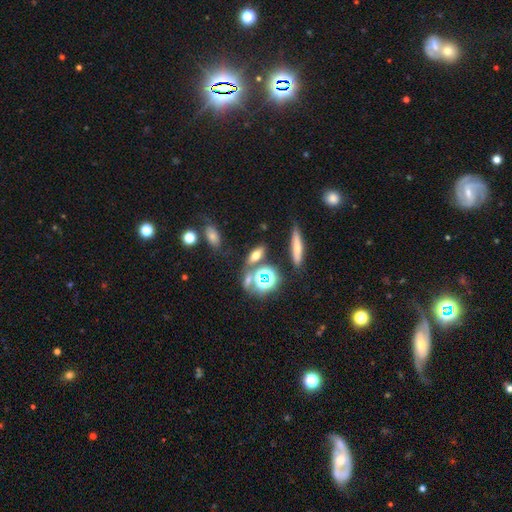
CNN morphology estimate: The model was most divided on "smooth or featured": smooth: 54%, star or artifact: 27%, featured or disk: 19%. More confident: merging — none (70%); how rounded — in between (57%).